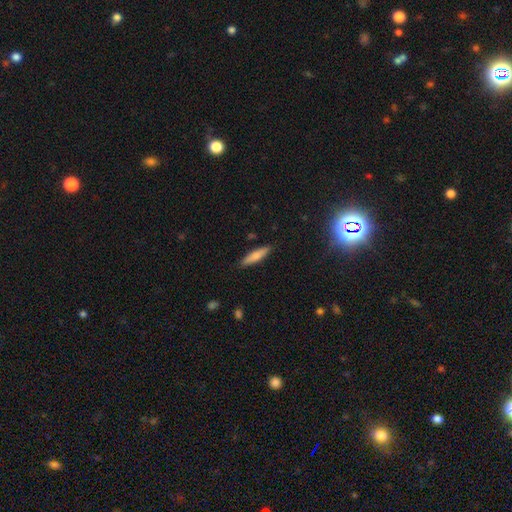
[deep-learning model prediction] smooth-or-featured: smooth: 74% | featured or disk: 20% | star or artifact: 6%
  how-rounded: cigar-shaped: 76% | in between: 23% | round: 2%
  merging: none: 87% | minor disturbance: 9% | major disturbance: 2% | merger: 1%